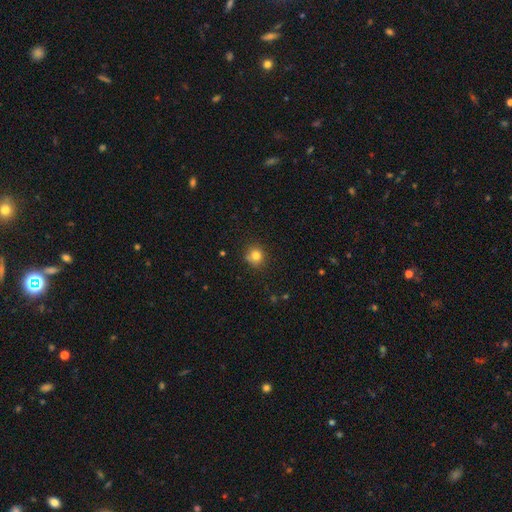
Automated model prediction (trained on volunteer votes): smooth 81%, star or artifact 12%, featured or disk 7%. Down the decision tree: how rounded — round (88%); merging — none (82%).